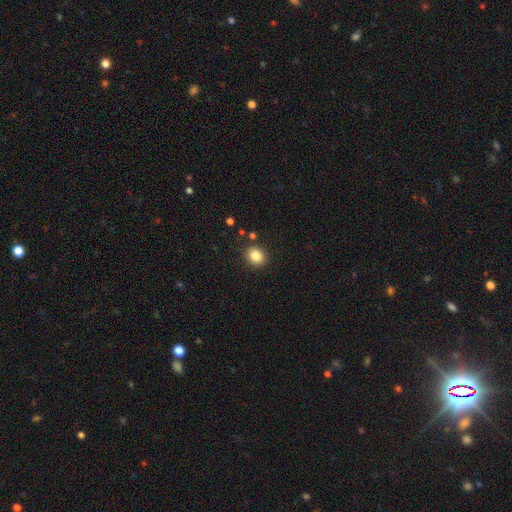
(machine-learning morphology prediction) Overall: smooth (84%). How rounded: round (71%). Merging: none (87%).